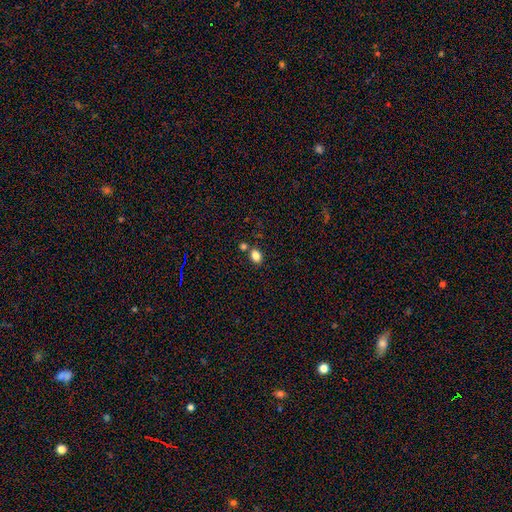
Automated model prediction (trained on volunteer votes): The model was most divided on "how rounded": in between: 70%, round: 29%, cigar-shaped: 1%. More confident: smooth or featured — smooth (84%); merging — none (71%).